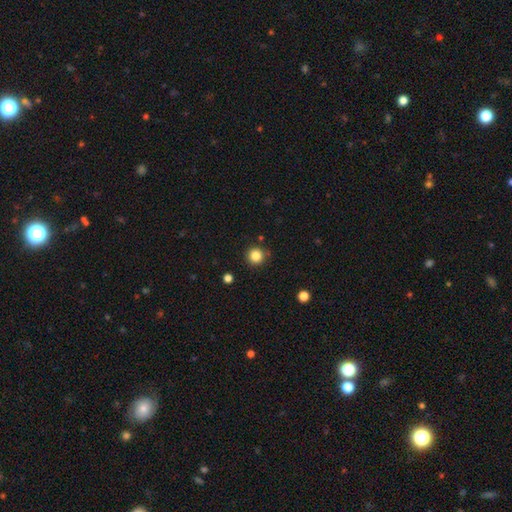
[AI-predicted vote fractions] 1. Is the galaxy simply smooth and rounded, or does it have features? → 85% smooth, 11% star or artifact, 4% featured or disk.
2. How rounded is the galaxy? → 95% round, 4% in between, 1% cigar-shaped.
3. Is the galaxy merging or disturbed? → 88% none, 8% minor disturbance, 2% merger, 2% major disturbance.